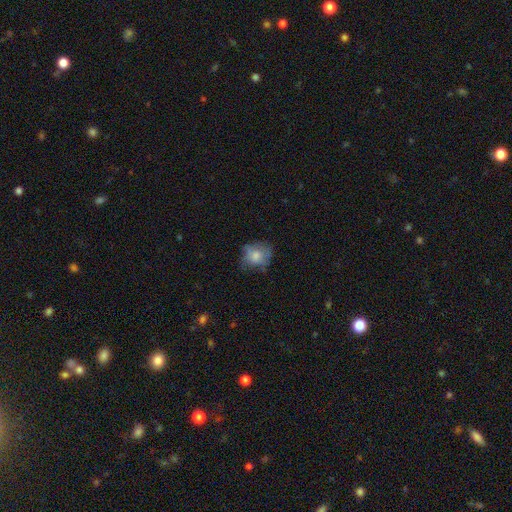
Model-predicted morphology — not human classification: smooth-or-featured: smooth: 70% | featured or disk: 21% | star or artifact: 9%
  how-rounded: round: 62% | in between: 37% | cigar-shaped: 1%
  merging: none: 55% | minor disturbance: 28% | major disturbance: 15% | merger: 2%